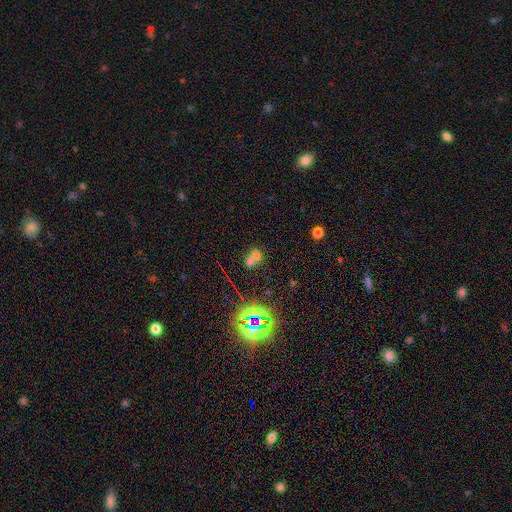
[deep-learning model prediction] Smooth or featured?
  - smooth: 54% *
  - star or artifact: 28%
  - featured or disk: 18%
How rounded?
  - round: 49% *
  - in between: 48%
  - cigar-shaped: 3%
Merging?
  - merger: 62% *
  - none: 27%
  - minor disturbance: 7%
  - major disturbance: 5%